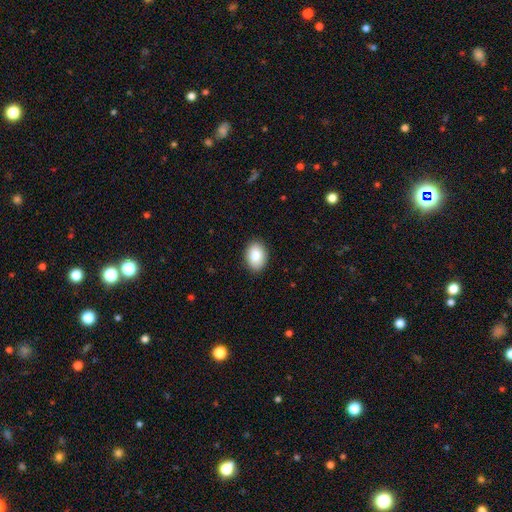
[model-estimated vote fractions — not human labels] Smooth or featured? Predicted: smooth (p=0.87). How rounded? Predicted: in between (p=0.81). Merging? Predicted: none (p=0.89).